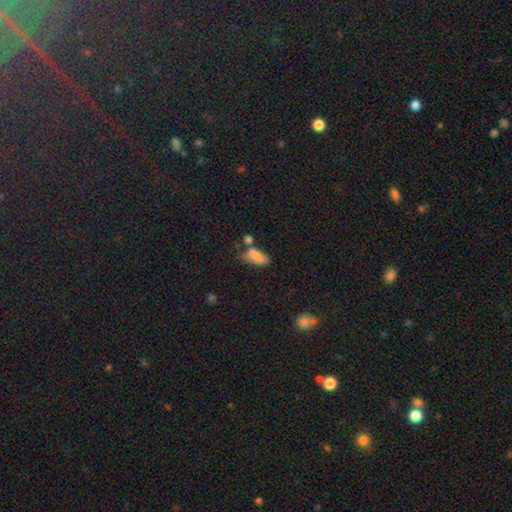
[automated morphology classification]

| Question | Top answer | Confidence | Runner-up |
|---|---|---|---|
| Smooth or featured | smooth | 81% | star or artifact (10%) |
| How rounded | in between | 83% | cigar-shaped (13%) |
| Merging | none | 41% | minor disturbance (25%) |